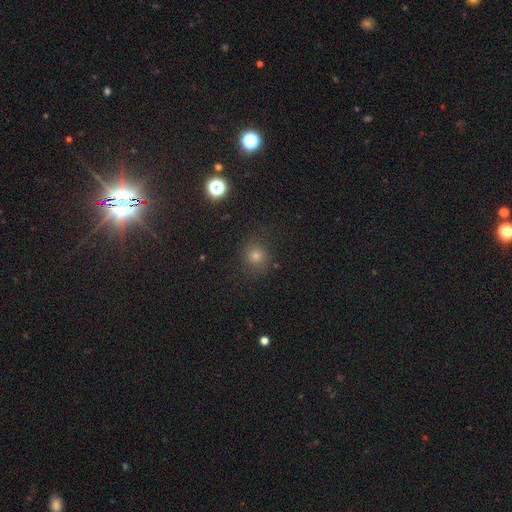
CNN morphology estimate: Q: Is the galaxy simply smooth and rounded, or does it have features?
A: smooth — 66%.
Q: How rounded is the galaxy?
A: round — 85%.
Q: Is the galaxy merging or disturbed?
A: none — 84%.